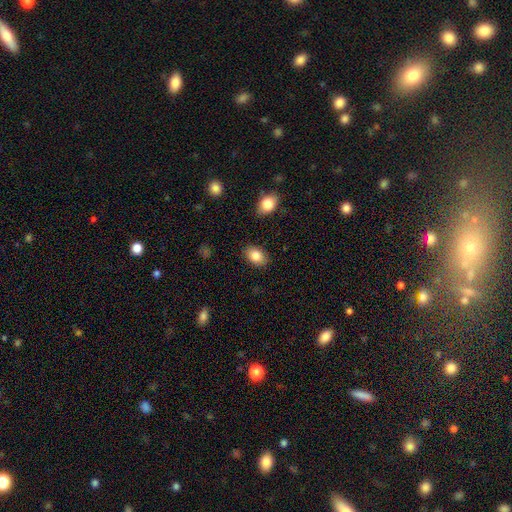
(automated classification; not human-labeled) Q: Smooth or featured?
A: smooth (85%); runner-up: star or artifact (8%)
Q: How rounded?
A: in between (82%); runner-up: round (17%)
Q: Merging?
A: none (87%); runner-up: minor disturbance (9%)